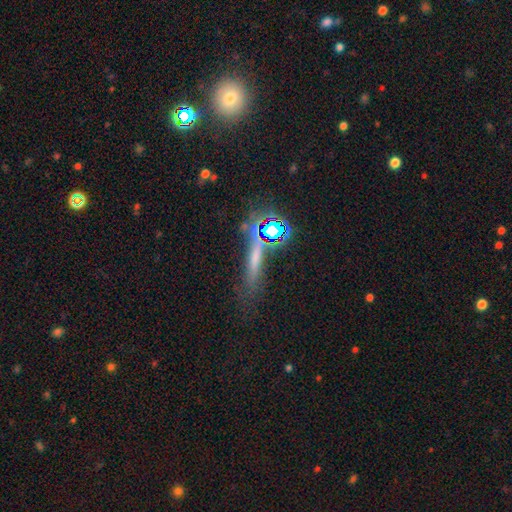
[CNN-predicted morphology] Smooth or featured: smooth — 45% (star or artifact — 33%)
Merging: none — 65% (minor disturbance — 17%)